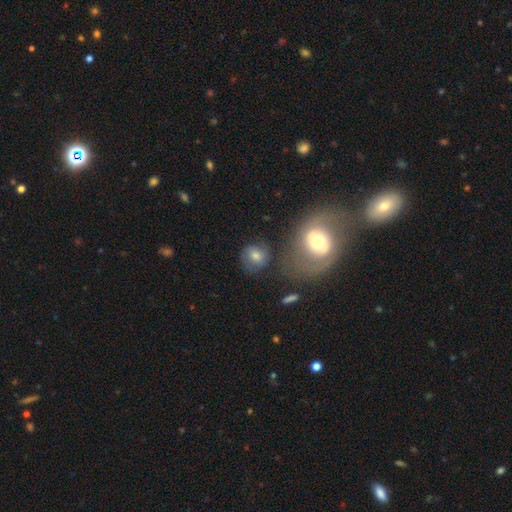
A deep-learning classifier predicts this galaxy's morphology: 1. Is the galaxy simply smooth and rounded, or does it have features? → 67% smooth, 21% featured or disk, 12% star or artifact.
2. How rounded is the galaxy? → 78% round, 20% in between, 1% cigar-shaped.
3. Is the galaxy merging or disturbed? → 71% none, 14% minor disturbance, 8% merger, 7% major disturbance.